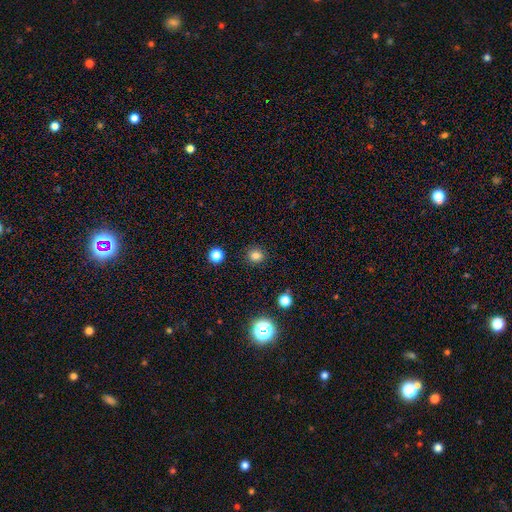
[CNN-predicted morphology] Smooth or featured? smooth (80%)
How rounded? round (85%)
Merging? none (90%)